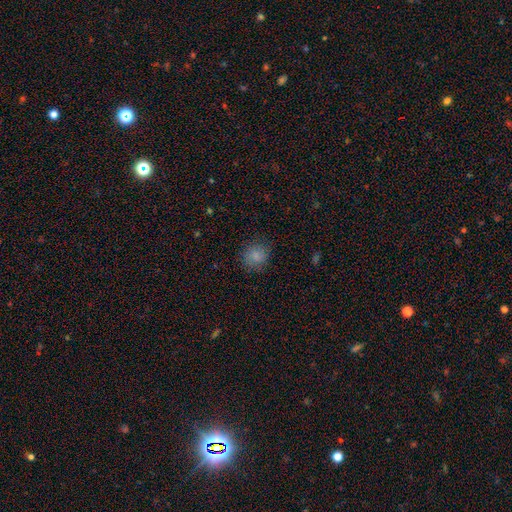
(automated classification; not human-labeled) smooth 82%, star or artifact 11%, featured or disk 7%. Down the decision tree: how rounded — round (80%); merging — none (82%).